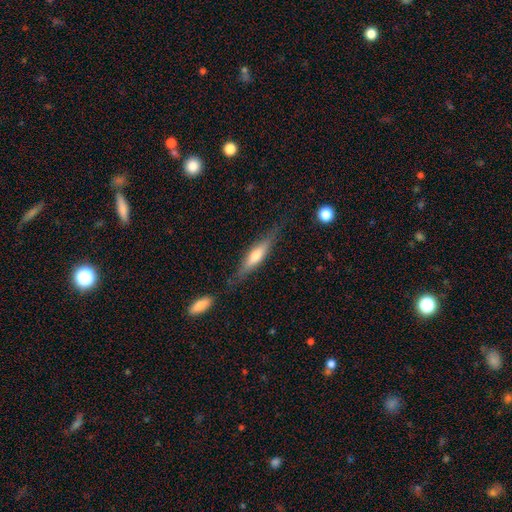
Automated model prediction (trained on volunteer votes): This appears to be a smooth galaxy with no disk features (49%). Merging: none (76%).